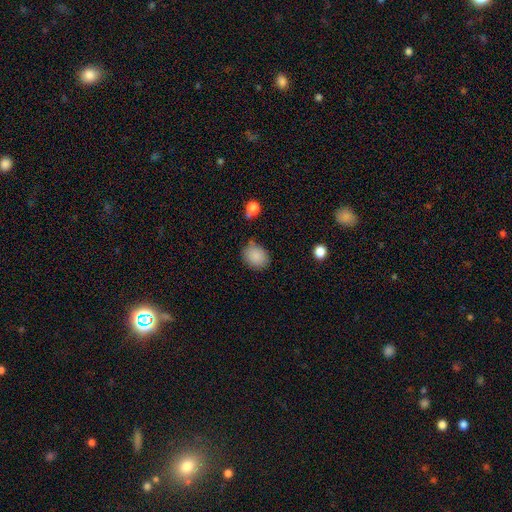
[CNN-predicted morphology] Overall: smooth (87%). How rounded: round (52%; in between 47%). Merging: none (74%).